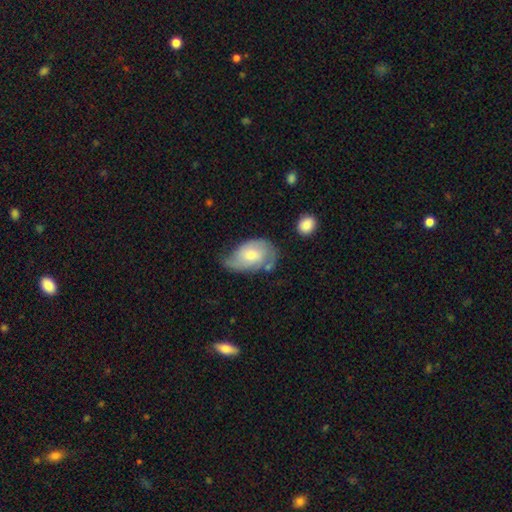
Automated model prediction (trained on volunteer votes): This is possibly a featured or disk galaxy (49%). Merging: marginally none (38%, tied with minor disturbance).